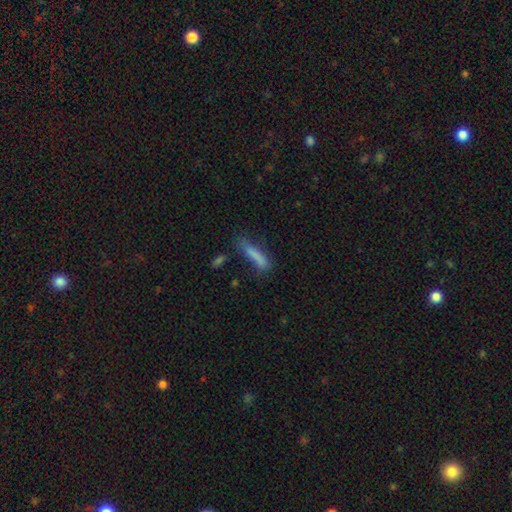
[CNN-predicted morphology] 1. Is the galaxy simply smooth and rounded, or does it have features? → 77% smooth, 14% featured or disk, 9% star or artifact.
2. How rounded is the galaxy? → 81% cigar-shaped, 17% in between, 2% round.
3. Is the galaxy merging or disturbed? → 53% none, 26% minor disturbance, 14% major disturbance, 7% merger.